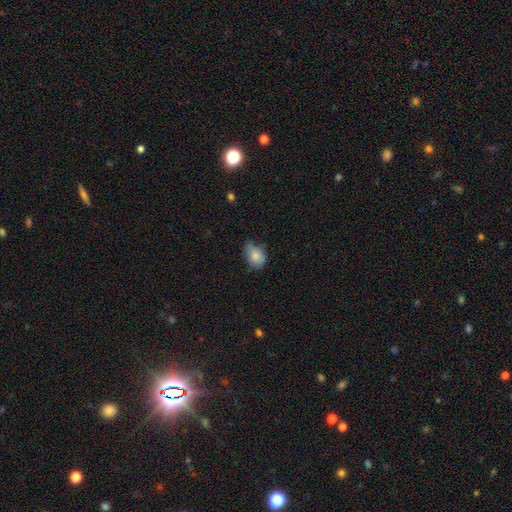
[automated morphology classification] This appears to be a smooth galaxy with no disk features (78%) that is in between round and cigar-shaped (68%). Merging: none (48%).